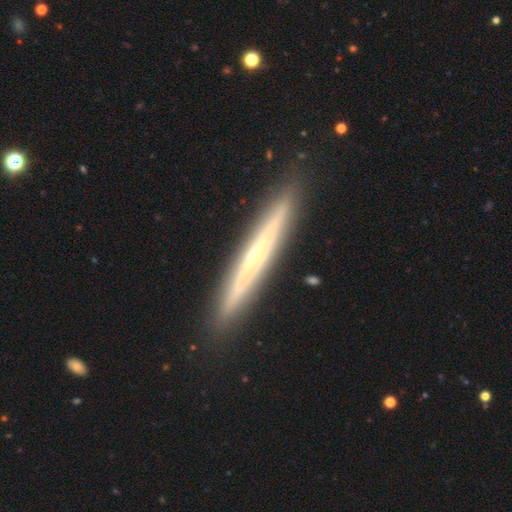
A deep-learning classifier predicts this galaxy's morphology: Smooth or featured? Predicted: featured or disk (p=0.71). Edge-on disk? Predicted: yes (p=0.93). Edge-on bulge? Predicted: rounded (p=0.57). Merging? Predicted: none (p=0.91).